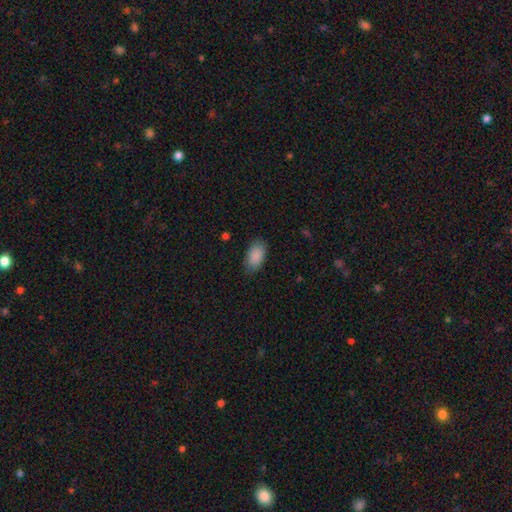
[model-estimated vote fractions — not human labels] A smooth galaxy with no disk features (89%) that is in between round and cigar-shaped (94%). Merging: none (83%).